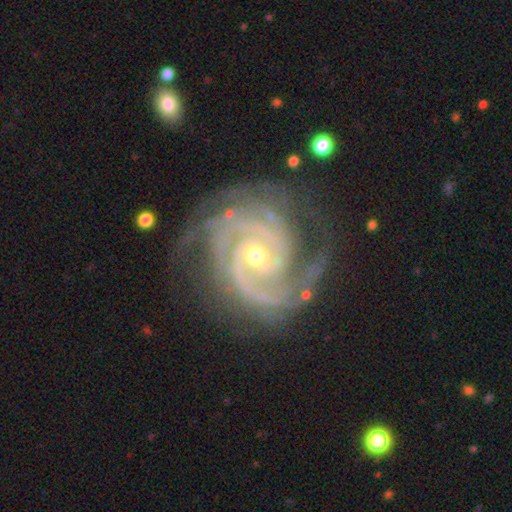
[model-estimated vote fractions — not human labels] Morphology: type=featured or disk (93%); edge-on=no (98%); bar=no (62%); spiral arms=yes (99%); winding=tight (71%); arm count=2 (32%, tied with 3); bulge=small (58%); merging=none (72%).